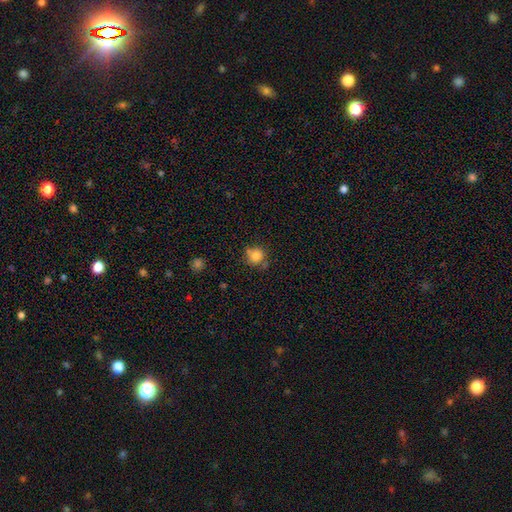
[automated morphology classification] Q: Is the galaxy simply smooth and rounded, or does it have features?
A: smooth — 81%.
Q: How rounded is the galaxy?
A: round — 88%.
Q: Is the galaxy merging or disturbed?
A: none — 68%.